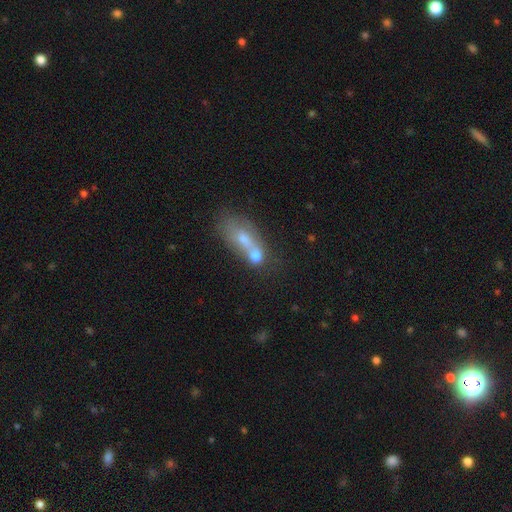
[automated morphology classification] Q: Smooth or featured?
A: smooth (64%); runner-up: featured or disk (23%)
Q: How rounded?
A: in between (55%); runner-up: round (32%)
Q: Merging?
A: merger (56%); runner-up: none (23%)